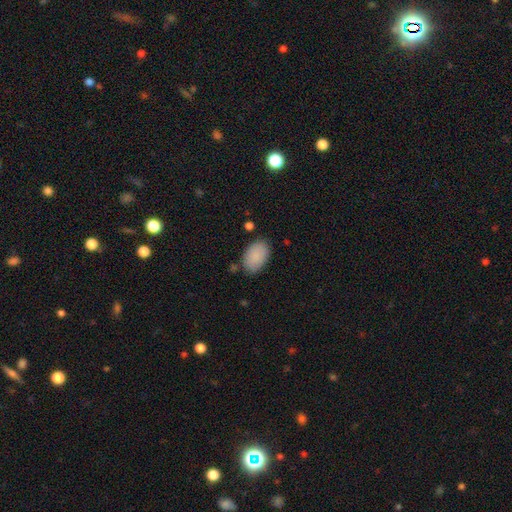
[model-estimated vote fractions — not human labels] smooth-or-featured: smooth: 89% | star or artifact: 6% | featured or disk: 5%
  how-rounded: in between: 92% | round: 7% | cigar-shaped: 1%
  merging: none: 81% | minor disturbance: 13% | major disturbance: 3% | merger: 3%